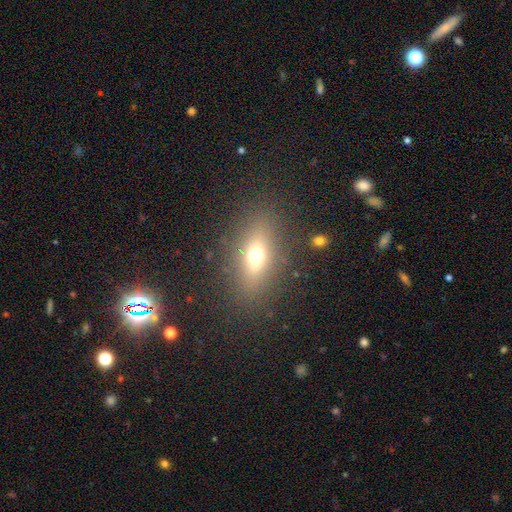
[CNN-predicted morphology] smooth 59%, featured or disk 25%, star or artifact 16%. Down the decision tree: how rounded — in between (68%); merging — none (83%).